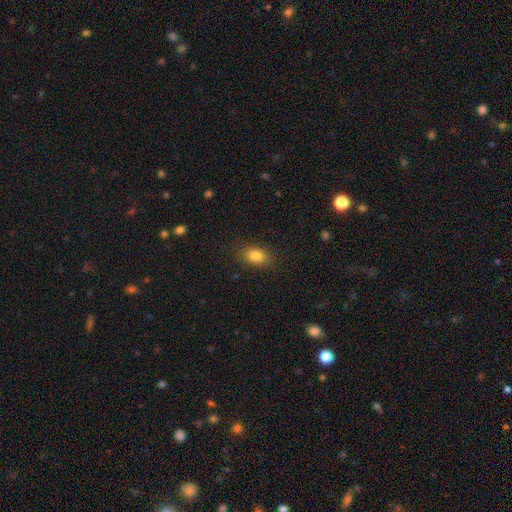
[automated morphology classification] smooth 83%, star or artifact 10%, featured or disk 7%. Down the decision tree: how rounded — in between (78%); merging — none (86%).